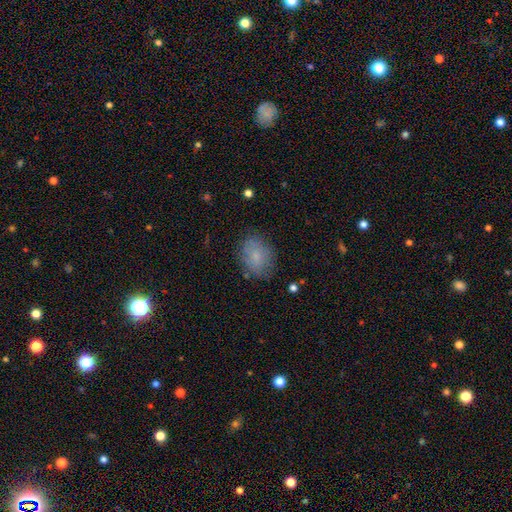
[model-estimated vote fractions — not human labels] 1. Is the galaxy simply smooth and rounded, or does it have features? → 78% smooth, 13% featured or disk, 9% star or artifact.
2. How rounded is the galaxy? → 61% in between, 37% round, 1% cigar-shaped.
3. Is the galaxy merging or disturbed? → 76% none, 17% minor disturbance, 5% major disturbance, 2% merger.